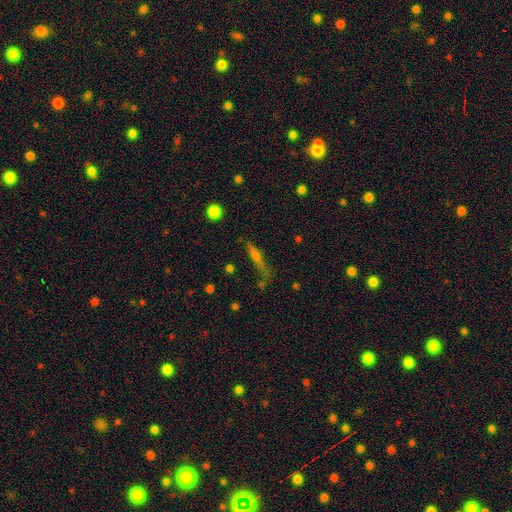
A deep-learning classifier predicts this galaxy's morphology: Smooth or featured? smooth (49%)
Merging? none (65%)